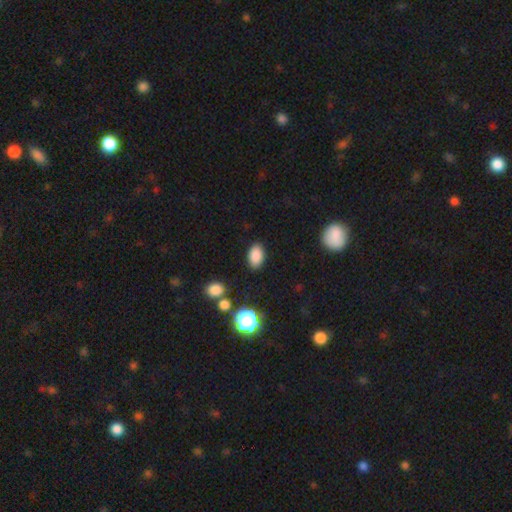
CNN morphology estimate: Overall: smooth (85%). How rounded: in between (90%). Merging: none (86%).